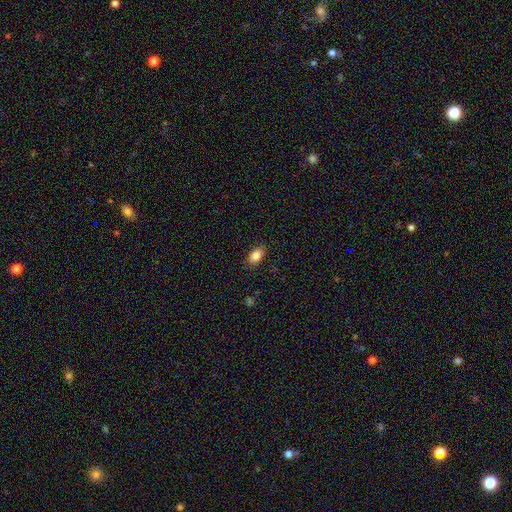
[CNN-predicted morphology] Smooth or featured?
  - smooth: 86% *
  - star or artifact: 8%
  - featured or disk: 6%
How rounded?
  - in between: 89% *
  - round: 8%
  - cigar-shaped: 2%
Merging?
  - none: 88% *
  - minor disturbance: 9%
  - major disturbance: 2%
  - merger: 1%